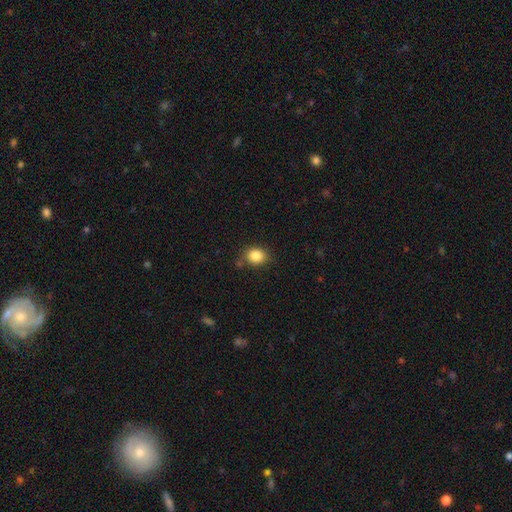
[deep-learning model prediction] smooth-or-featured: smooth: 85% | star or artifact: 10% | featured or disk: 5%
  how-rounded: round: 61% | in between: 38% | cigar-shaped: 1%
  merging: none: 77% | minor disturbance: 15% | merger: 4% | major disturbance: 4%